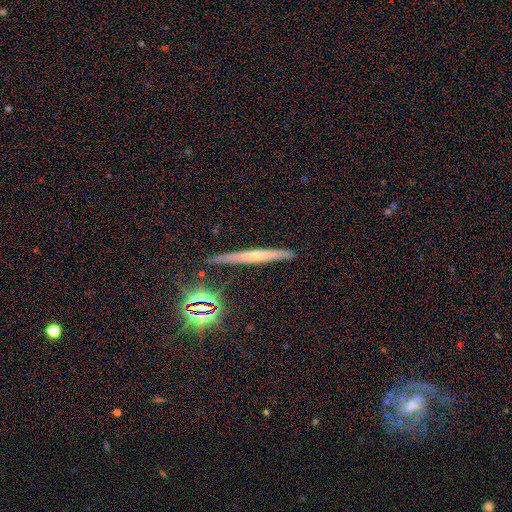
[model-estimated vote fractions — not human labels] A featured or disk galaxy (47%).

Vote fractions:
- Smooth or featured? featured or disk: 47% / smooth: 38% / star or artifact: 15%
- Merging? none: 87% / minor disturbance: 9% / merger: 2% / major disturbance: 2%